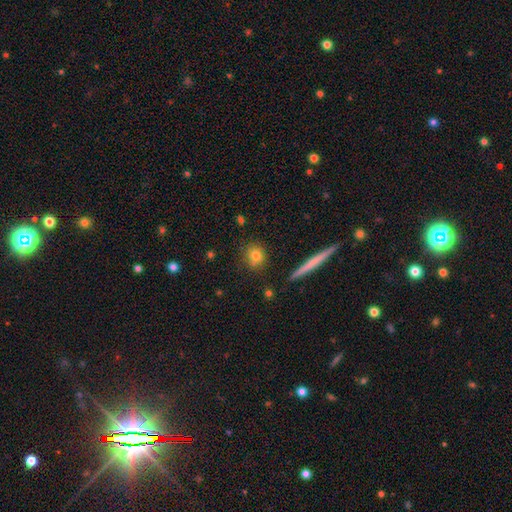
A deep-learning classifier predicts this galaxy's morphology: Overall: smooth (77%). How rounded: round (78%). Merging: none (81%).